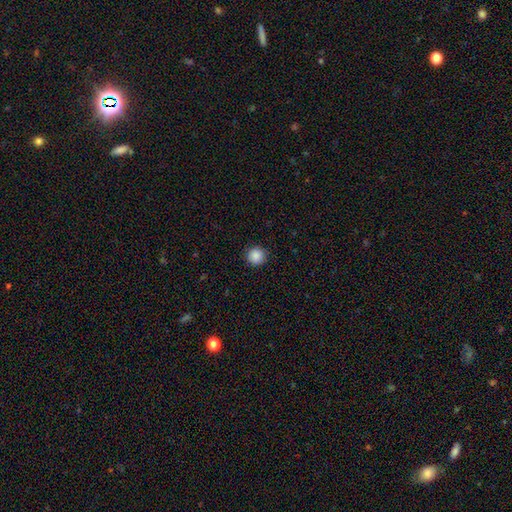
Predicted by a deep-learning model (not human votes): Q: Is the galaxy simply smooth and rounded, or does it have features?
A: smooth — 88%.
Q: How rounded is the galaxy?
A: round — 95%.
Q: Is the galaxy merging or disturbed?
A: none — 91%.